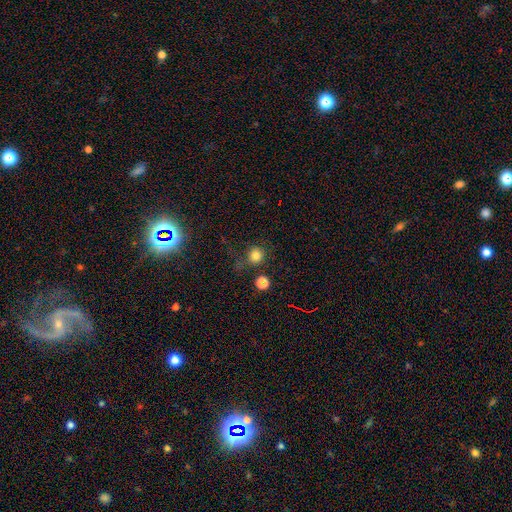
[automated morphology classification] Overall: smooth (78%). How rounded: round (92%). Merging: none (72%).